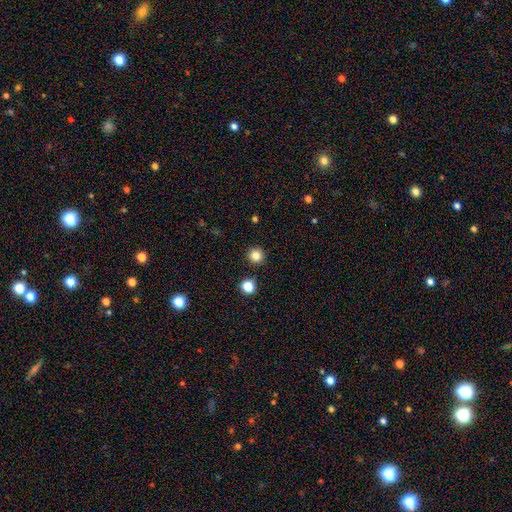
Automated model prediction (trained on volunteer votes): This is clearly a smooth galaxy (83%). How rounded: clearly round (96%). Merging: clearly none (92%).